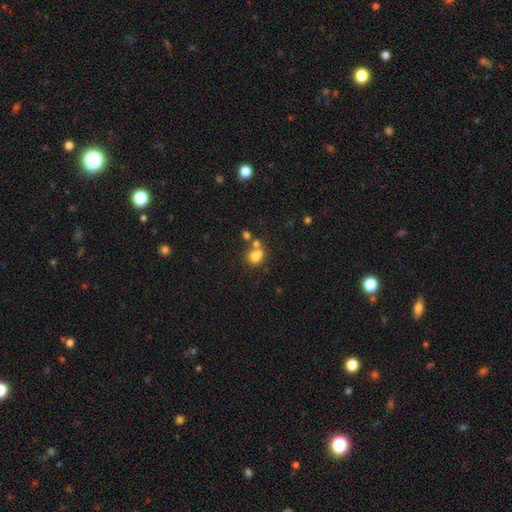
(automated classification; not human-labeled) Smooth or featured: smooth — 76% (star or artifact — 13%)
How rounded: round — 61% (in between — 38%)
Merging: none — 45% (merger — 38%)